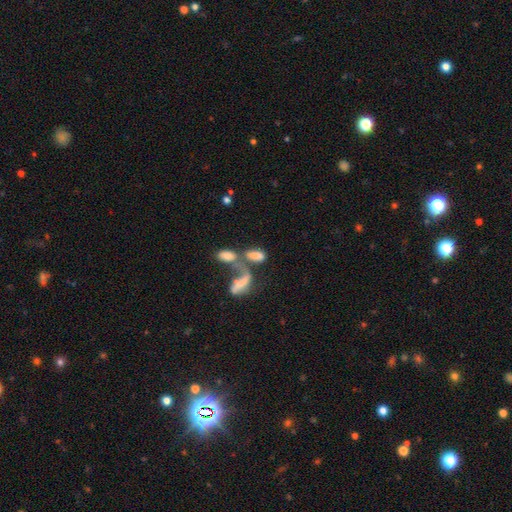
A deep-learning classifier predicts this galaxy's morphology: type=smooth (62%); roundness=in between (81%); merging=merger (67%).